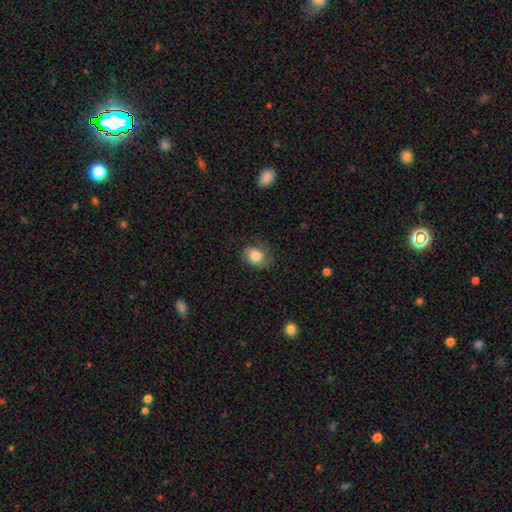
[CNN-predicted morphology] The model was most divided on "how rounded": in between: 58%, round: 41%, cigar-shaped: 1%. More confident: smooth or featured — smooth (79%); merging — none (66%).